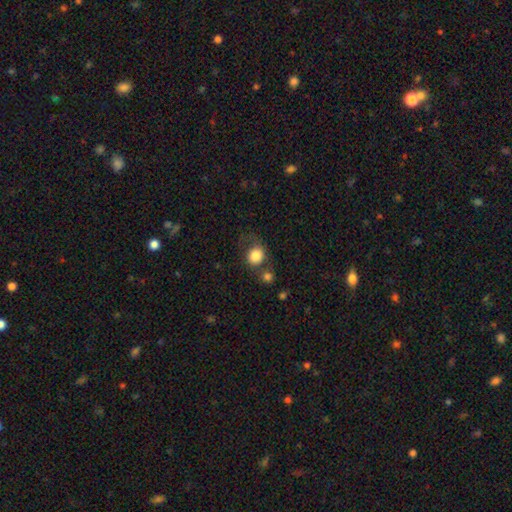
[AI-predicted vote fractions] A smooth galaxy with no disk features (82%) that is round (76%).

Vote fractions:
- Smooth or featured? smooth: 82% / featured or disk: 9% / star or artifact: 8%
- How rounded? round: 76% / in between: 23% / cigar-shaped: 1%
- Merging? none: 49% / minor disturbance: 19% / merger: 18% / major disturbance: 13%